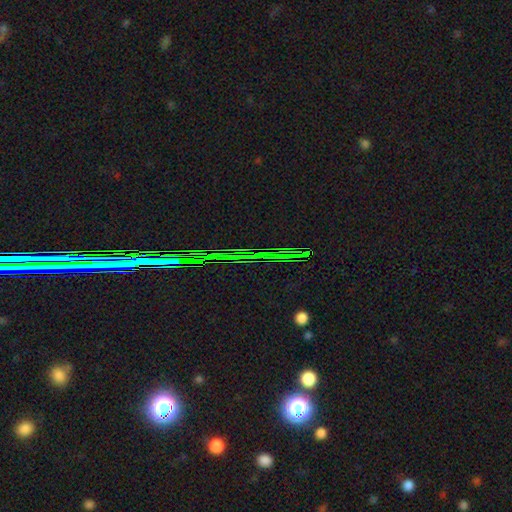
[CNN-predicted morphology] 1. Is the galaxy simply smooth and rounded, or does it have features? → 81% star or artifact, 10% featured or disk, 9% smooth.